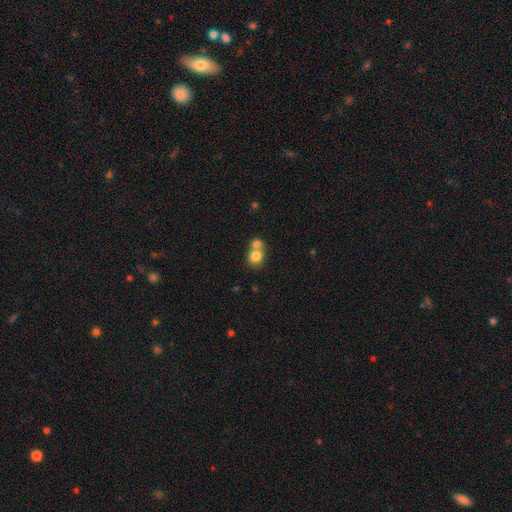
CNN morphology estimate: Smooth or featured? Predicted: smooth (p=0.78). How rounded? Predicted: round (p=0.73). Merging? Predicted: merger (p=0.57).